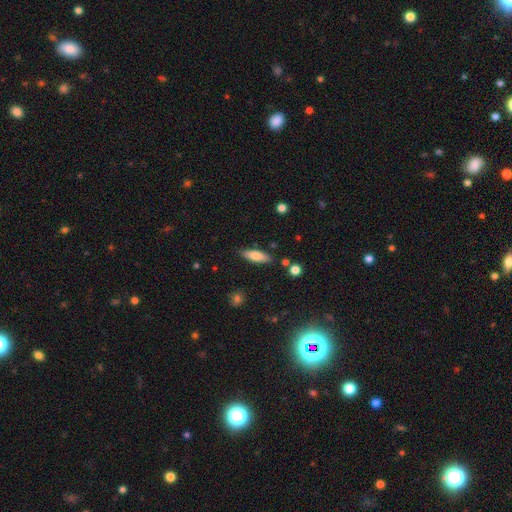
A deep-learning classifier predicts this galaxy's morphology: Smooth or featured?
  - smooth: 72% *
  - featured or disk: 21%
  - star or artifact: 7%
How rounded?
  - in between: 50% *
  - cigar-shaped: 48%
  - round: 2%
Merging?
  - none: 83% *
  - minor disturbance: 11%
  - merger: 3%
  - major disturbance: 2%